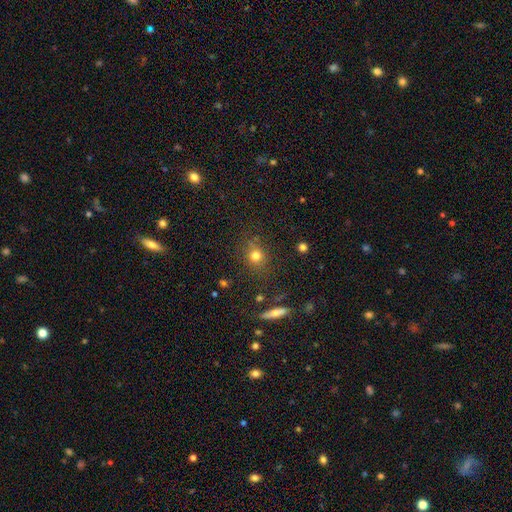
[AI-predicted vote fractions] smooth_or_featured: smooth (p=0.75) [alt: star or artifact p=0.16]
how_rounded: round (p=0.82) [alt: in between p=0.17]
merging: none (p=0.82) [alt: minor disturbance p=0.11]